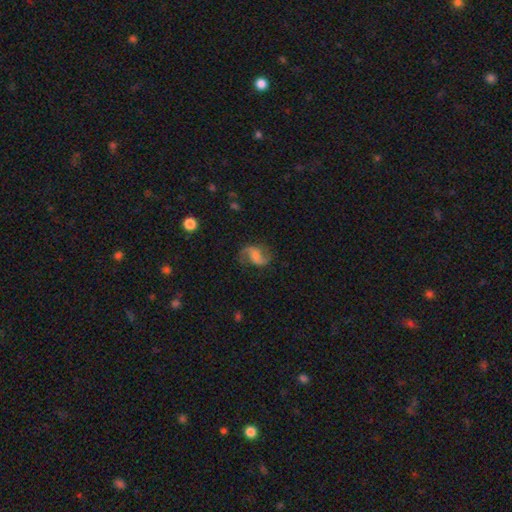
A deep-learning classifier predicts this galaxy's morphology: Smooth or featured? Predicted: featured or disk (p=0.71). Edge-on disk? Predicted: no (p=0.98). Bar? Predicted: weak (p=0.44). Spiral arms? Predicted: yes (p=0.93). Spiral winding? Predicted: loose (p=0.59). Spiral arm count? Predicted: 2 (p=0.90). Bulge size? Predicted: none (p=0.40). Merging? Predicted: none (p=0.70).